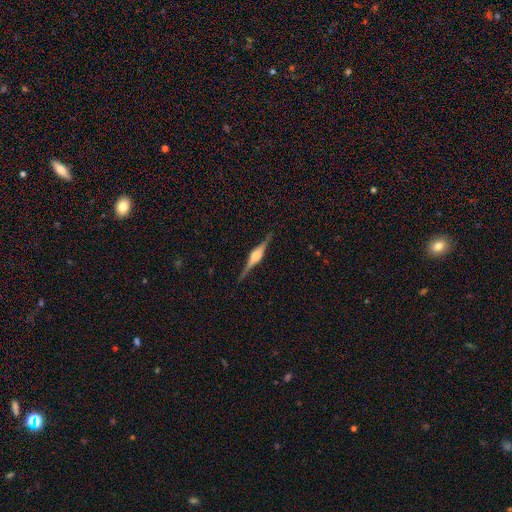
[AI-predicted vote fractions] Morphology: type=featured or disk (84%); edge-on=yes (98%); edge-on bulge=rounded (81%); merging=none (89%).